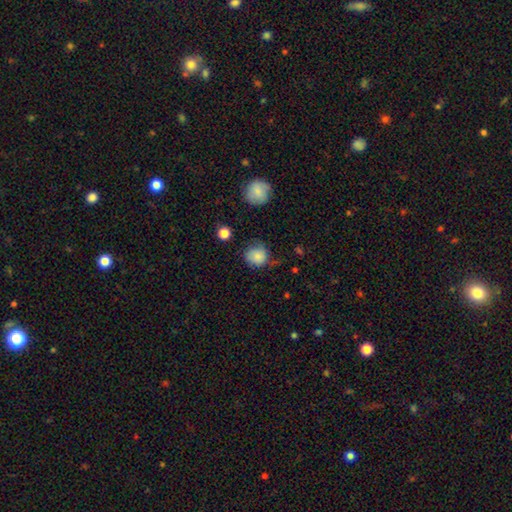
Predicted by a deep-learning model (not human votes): smooth 80%, featured or disk 11%, star or artifact 9%. Down the decision tree: how rounded — round (85%); merging — none (60%).